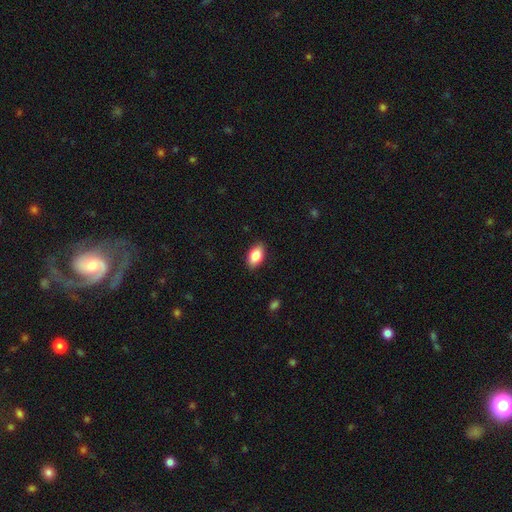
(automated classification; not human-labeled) This is clearly a smooth galaxy (85%). How rounded: clearly in between (92%). Merging: clearly none (88%).